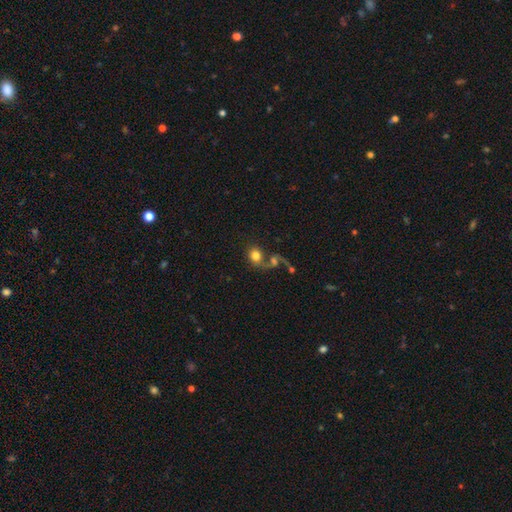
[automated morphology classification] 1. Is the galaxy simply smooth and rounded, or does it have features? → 70% smooth, 20% featured or disk, 10% star or artifact.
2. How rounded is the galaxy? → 75% round, 24% in between, 1% cigar-shaped.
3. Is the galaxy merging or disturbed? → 47% merger, 33% none, 11% major disturbance, 8% minor disturbance.